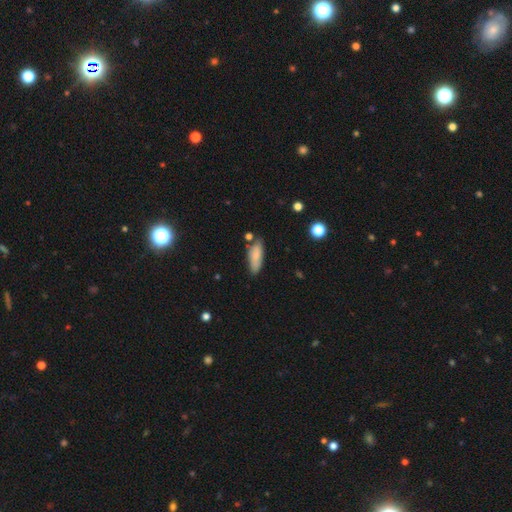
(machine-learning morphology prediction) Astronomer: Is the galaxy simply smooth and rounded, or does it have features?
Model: smooth — 81%.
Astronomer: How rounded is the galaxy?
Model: in between — 64%.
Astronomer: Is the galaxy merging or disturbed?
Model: none — 68%.